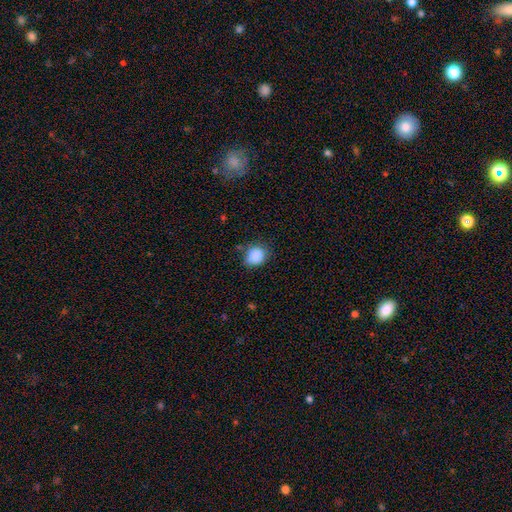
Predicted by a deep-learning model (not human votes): This is clearly a smooth galaxy (87%). How rounded: likely round (66%). Merging: likely none (69%).